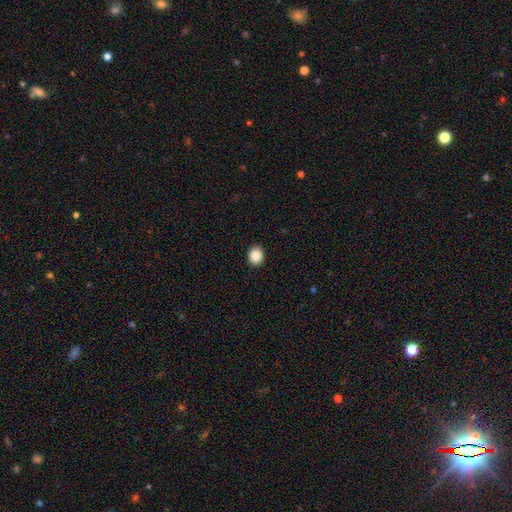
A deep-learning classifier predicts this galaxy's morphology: Smooth or featured: smooth — 87% (star or artifact — 9%)
How rounded: round — 66% (in between — 34%)
Merging: none — 91% (minor disturbance — 7%)